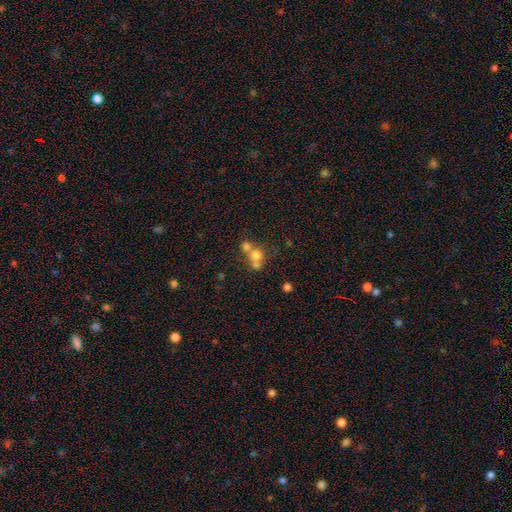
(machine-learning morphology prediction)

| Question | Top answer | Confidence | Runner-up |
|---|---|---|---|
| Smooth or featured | smooth | 68% | featured or disk (18%) |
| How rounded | round | 83% | in between (16%) |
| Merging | merger | 57% | none (34%) |